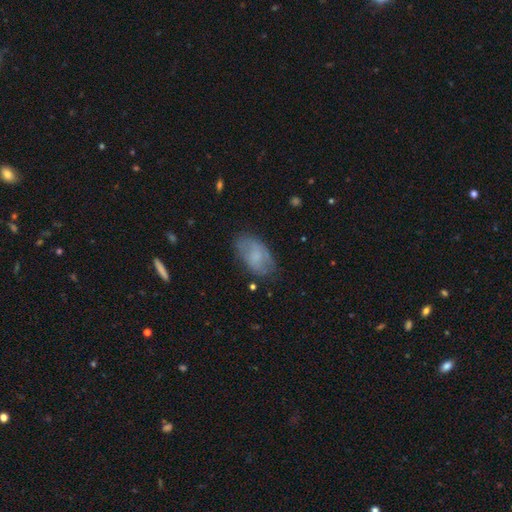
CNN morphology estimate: This appears to be a smooth galaxy with no disk features (65%) that is in between round and cigar-shaped (92%). Merging: none (69%).